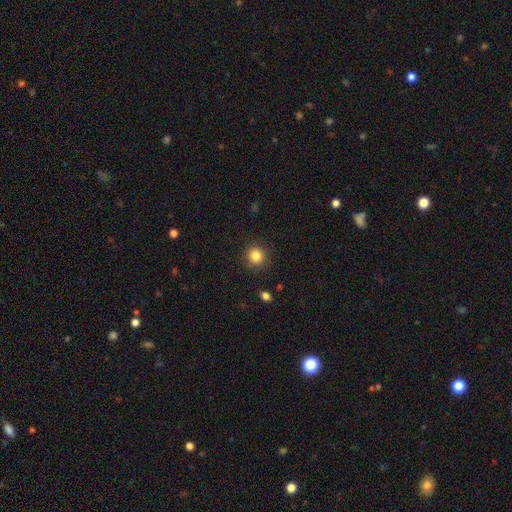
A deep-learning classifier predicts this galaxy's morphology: smooth_or_featured: smooth (p=0.84) [alt: star or artifact p=0.11]
how_rounded: round (p=0.90) [alt: in between p=0.09]
merging: none (p=0.90) [alt: minor disturbance p=0.07]